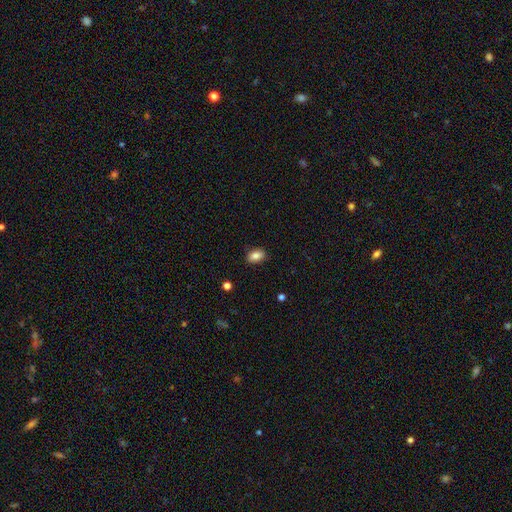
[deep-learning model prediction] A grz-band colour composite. It shows a smooth galaxy with no disk features (84%) that is in between round and cigar-shaped (87%). Merging: none (86%).